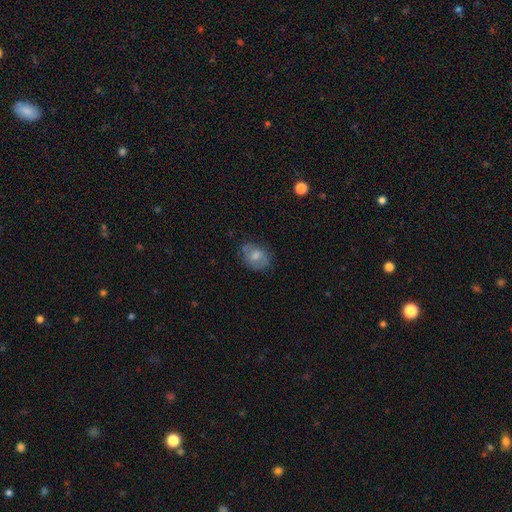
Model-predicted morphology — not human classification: smooth_or_featured: smooth (p=0.59) [alt: featured or disk p=0.33]
how_rounded: in between (p=0.60) [alt: round p=0.39]
merging: none (p=0.64) [alt: minor disturbance p=0.25]